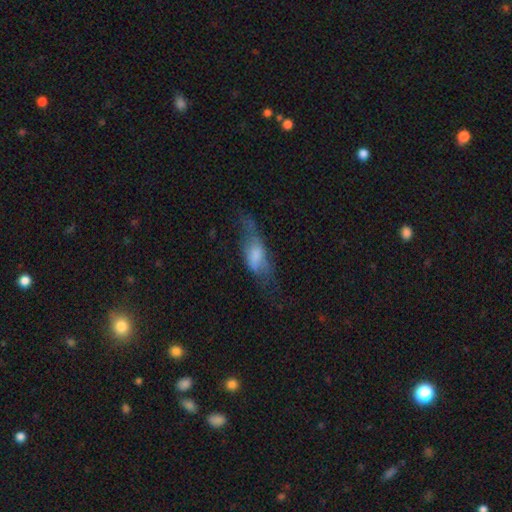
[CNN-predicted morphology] Smooth or featured?
  - smooth: 53% *
  - featured or disk: 38%
  - star or artifact: 9%
How rounded?
  - in between: 74% *
  - cigar-shaped: 22%
  - round: 4%
Merging?
  - major disturbance: 38% *
  - none: 32%
  - minor disturbance: 27%
  - merger: 3%